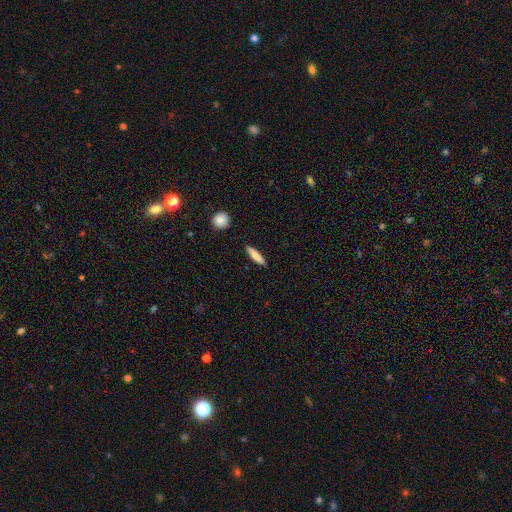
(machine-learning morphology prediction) Overall: smooth (78%). How rounded: cigar-shaped (85%). Merging: none (90%).